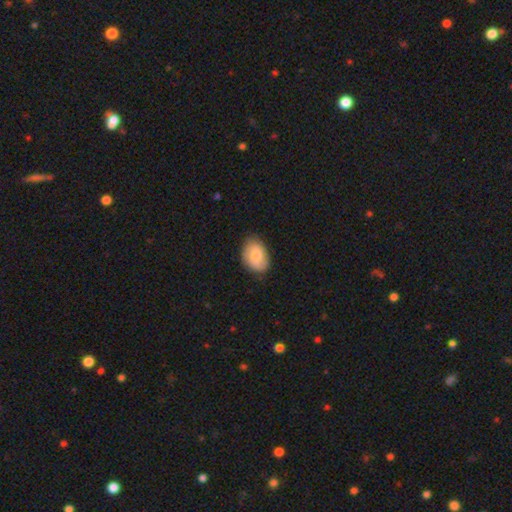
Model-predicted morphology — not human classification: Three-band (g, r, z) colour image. It shows a smooth galaxy with no disk features (75%) that is in between round and cigar-shaped (80%). Merging: none (80%).